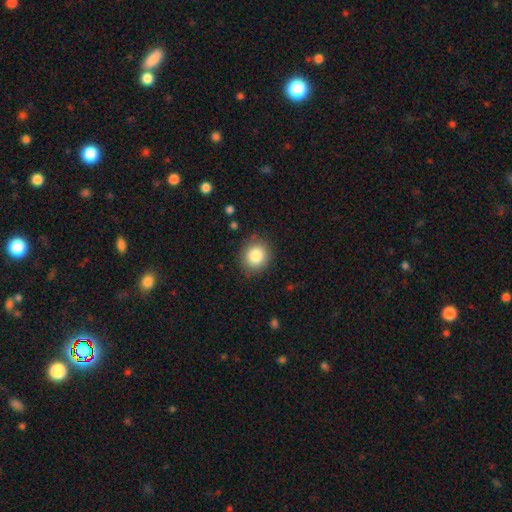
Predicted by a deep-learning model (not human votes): Q: Smooth or featured?
A: smooth (84%); runner-up: star or artifact (9%)
Q: How rounded?
A: round (83%); runner-up: in between (16%)
Q: Merging?
A: none (87%); runner-up: minor disturbance (9%)